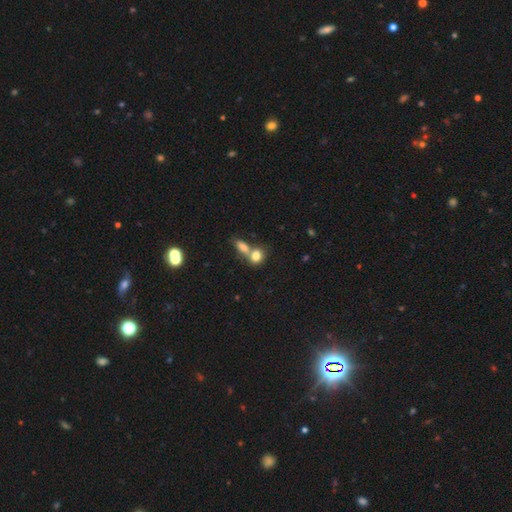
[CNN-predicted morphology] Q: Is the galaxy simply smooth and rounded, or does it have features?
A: smooth — 79%.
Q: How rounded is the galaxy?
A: in between — 54%.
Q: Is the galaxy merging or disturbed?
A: merger — 58%.